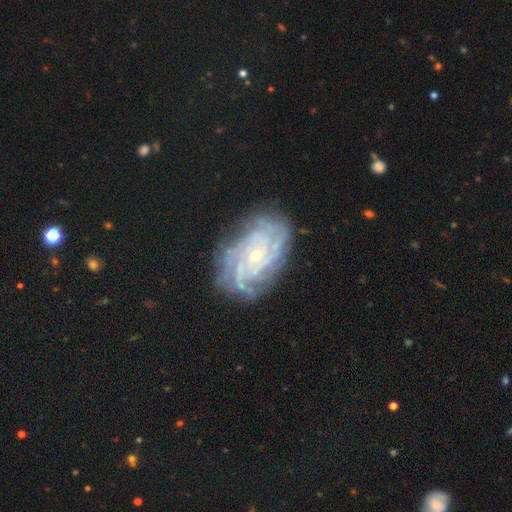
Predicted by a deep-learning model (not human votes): smooth_or_featured: featured or disk (p=0.86) [alt: star or artifact p=0.07]
disk_edge_on: no (p=0.97) [alt: yes p=0.03]
bar: no (p=0.72) [alt: weak p=0.22]
has_spiral_arms: yes (p=0.97) [alt: no p=0.03]
spiral_winding: tight (p=0.71) [alt: medium p=0.24]
spiral_arm_count: can't tell (p=0.29) [alt: more than 4 p=0.21]
bulge_size: small (p=0.80) [alt: moderate p=0.17]
merging: none (p=0.78) [alt: minor disturbance p=0.15]